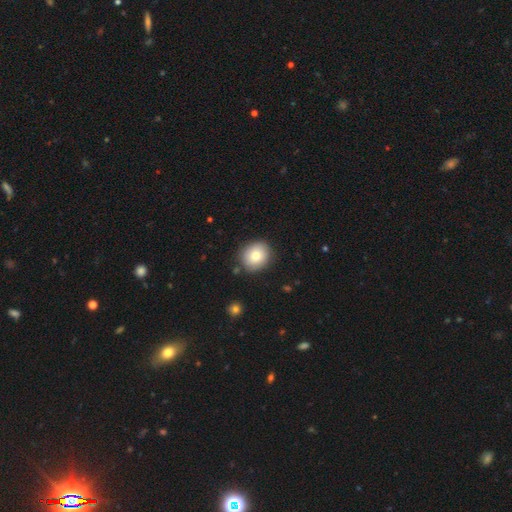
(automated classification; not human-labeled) This appears to be a smooth galaxy with no disk features (77%) that is round (80%). Merging: none (86%).